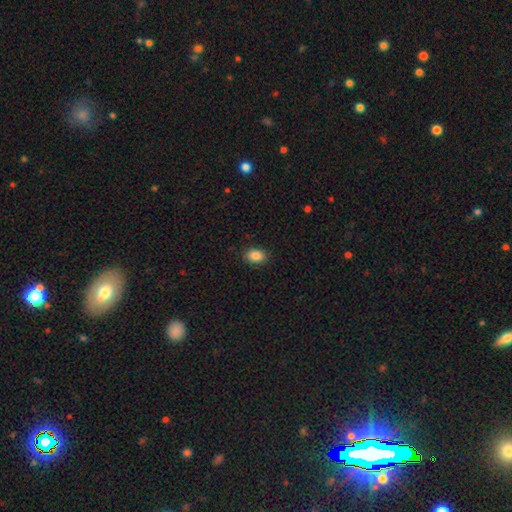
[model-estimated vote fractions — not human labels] This appears to be a smooth galaxy with no disk features (86%) that is in between round and cigar-shaped (83%). Merging: none (88%).